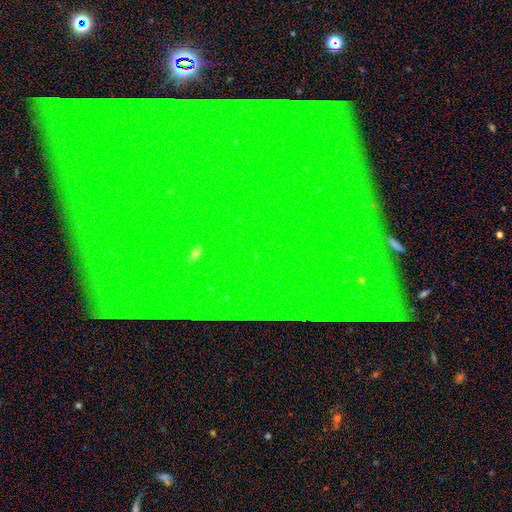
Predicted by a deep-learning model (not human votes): Smooth or featured: star or artifact — 84% (featured or disk — 9%)